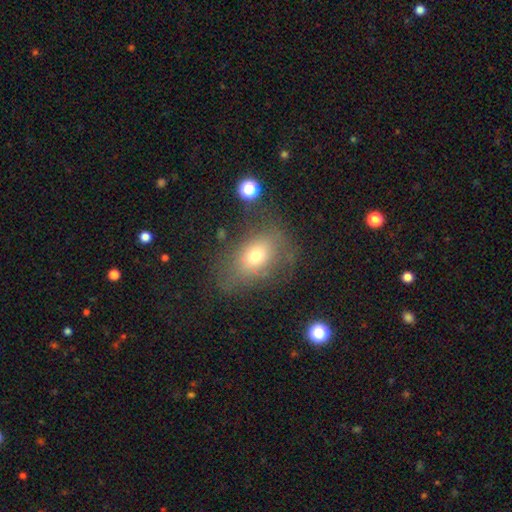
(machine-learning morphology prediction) This is likely a smooth galaxy (65%). How rounded: likely in between (73%). Merging: possibly none (59%).